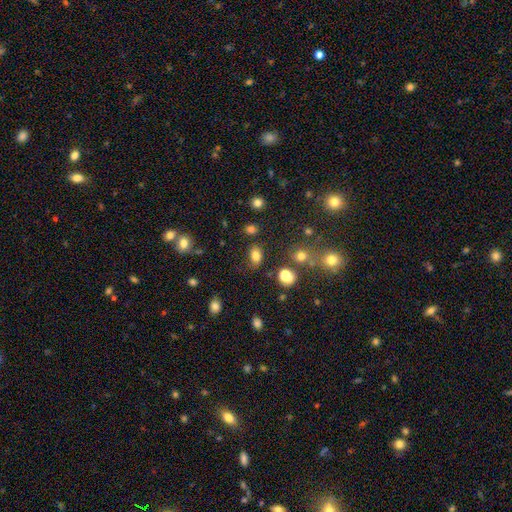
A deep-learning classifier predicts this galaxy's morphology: smooth 79%, star or artifact 13%, featured or disk 7%. Down the decision tree: how rounded — in between (80%); merging — none (75%).